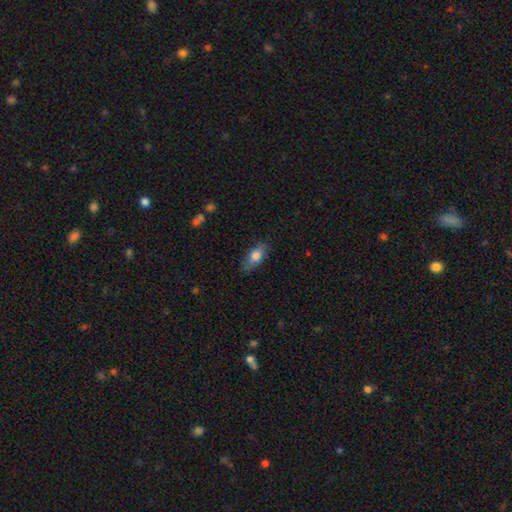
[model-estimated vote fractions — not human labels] smooth-or-featured: smooth: 73% | featured or disk: 20% | star or artifact: 7%
  how-rounded: in between: 83% | cigar-shaped: 12% | round: 6%
  merging: none: 75% | minor disturbance: 20% | major disturbance: 4% | merger: 1%